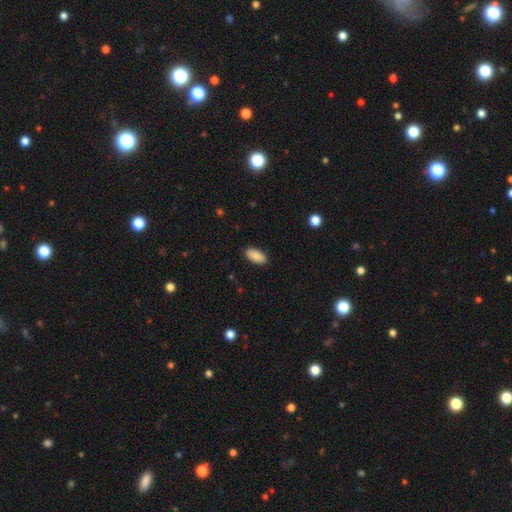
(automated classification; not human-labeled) smooth_or_featured: smooth (p=0.89) [alt: star or artifact p=0.06]
how_rounded: in between (p=0.94) [alt: cigar-shaped p=0.04]
merging: none (p=0.89) [alt: minor disturbance p=0.08]